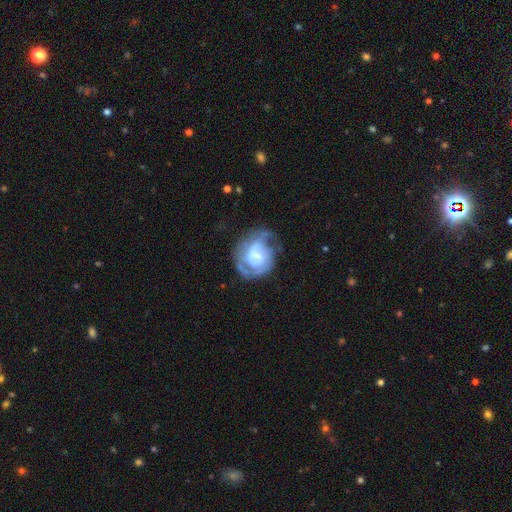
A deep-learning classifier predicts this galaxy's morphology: A featured or disk galaxy (75%) with a weak bar (45%), 2 (49%) tight (46%) spiral arms (85%) and a small central bulge (49%). Merging: none (50%).